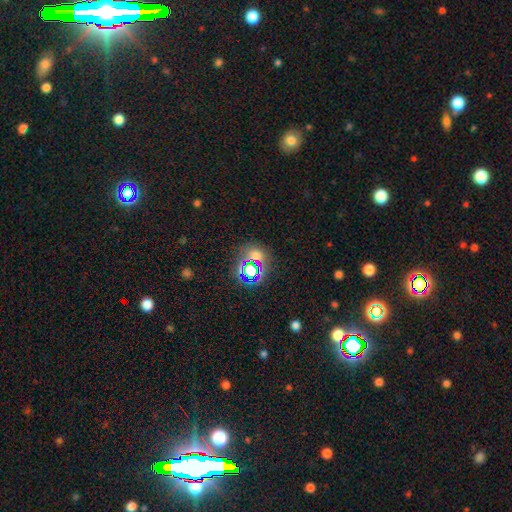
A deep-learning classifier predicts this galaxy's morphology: Smooth or featured? Predicted: smooth (p=0.47). Merging? Predicted: none (p=0.65).